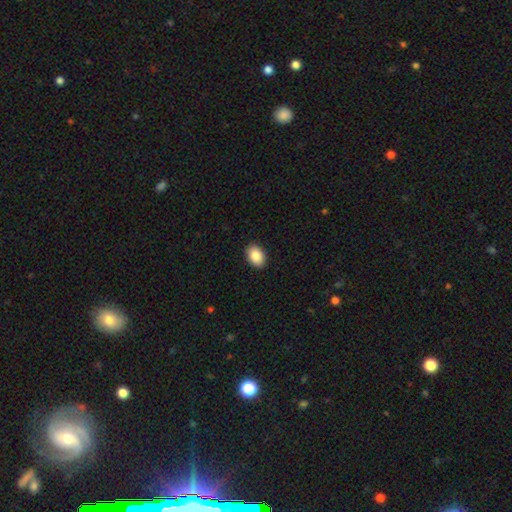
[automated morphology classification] smooth 88%, star or artifact 7%, featured or disk 5%. Down the decision tree: how rounded — in between (85%); merging — none (91%).